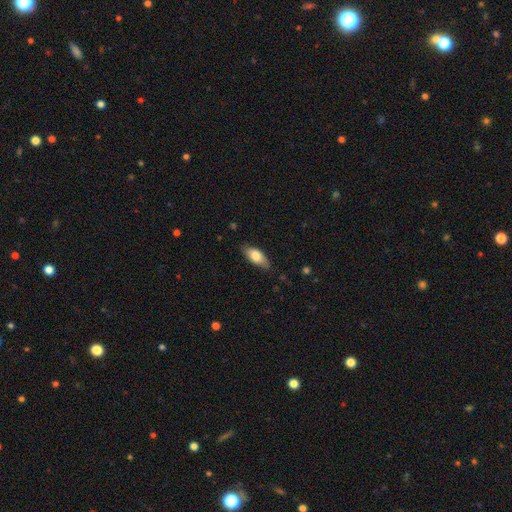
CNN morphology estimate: Q: Smooth or featured?
A: smooth (74%); runner-up: featured or disk (20%)
Q: How rounded?
A: in between (83%); runner-up: cigar-shaped (14%)
Q: Merging?
A: none (77%); runner-up: minor disturbance (19%)